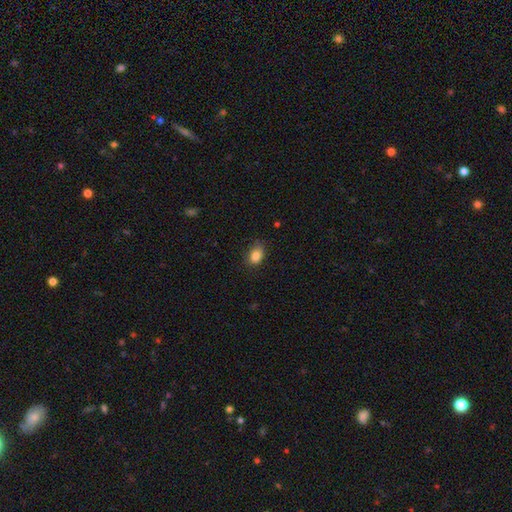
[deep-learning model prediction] A smooth galaxy with no disk features (85%) that is in between round and cigar-shaped (75%).

Vote fractions:
- Smooth or featured? smooth: 85% / star or artifact: 9% / featured or disk: 6%
- How rounded? in between: 75% / round: 24% / cigar-shaped: 1%
- Merging? none: 77% / minor disturbance: 18% / major disturbance: 4% / merger: 1%